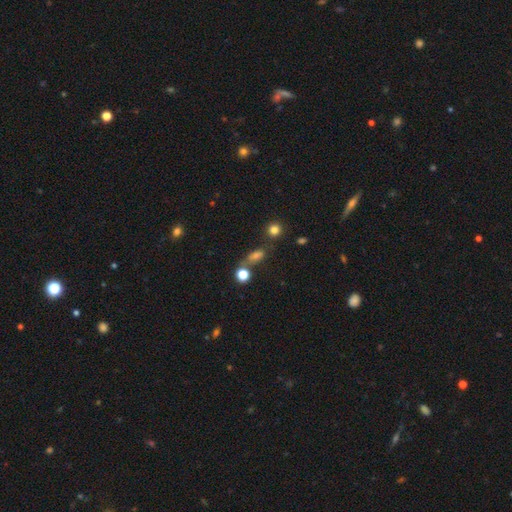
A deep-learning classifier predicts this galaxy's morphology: Smooth or featured? smooth (60%)
How rounded? in between (57%)
Merging? none (52%)